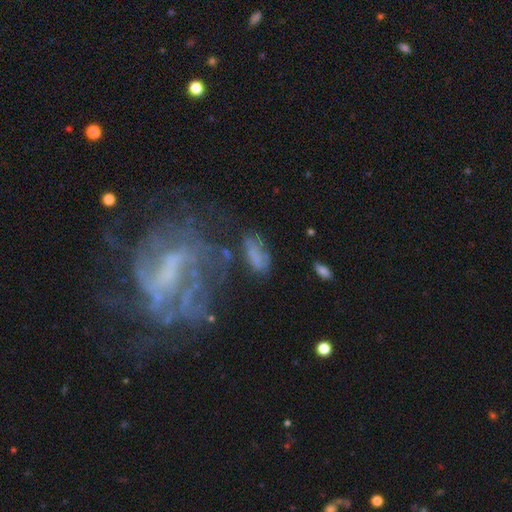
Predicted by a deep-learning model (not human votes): Smooth or featured? Predicted: smooth (p=0.51). How rounded? Predicted: in between (p=0.76). Merging? Predicted: none (p=0.52).